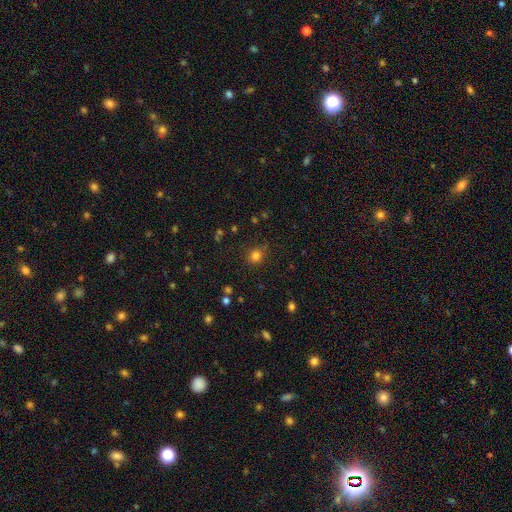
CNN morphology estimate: Q: Smooth or featured?
A: smooth (80%); runner-up: star or artifact (15%)
Q: How rounded?
A: round (78%); runner-up: in between (21%)
Q: Merging?
A: none (80%); runner-up: minor disturbance (13%)